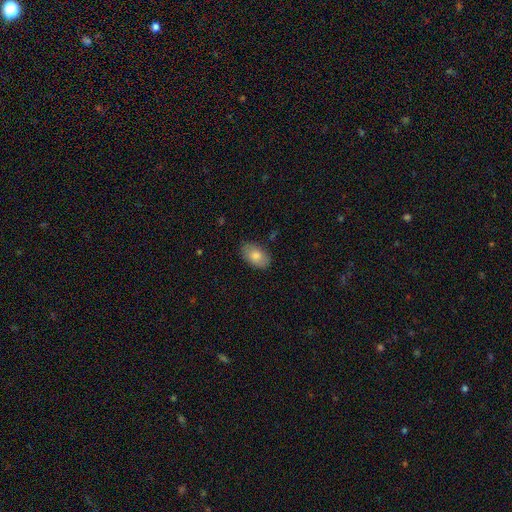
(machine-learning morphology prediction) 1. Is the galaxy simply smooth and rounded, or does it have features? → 80% smooth, 13% featured or disk, 7% star or artifact.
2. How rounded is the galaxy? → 92% in between, 6% round, 1% cigar-shaped.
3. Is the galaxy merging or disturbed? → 85% none, 11% minor disturbance, 2% major disturbance, 1% merger.